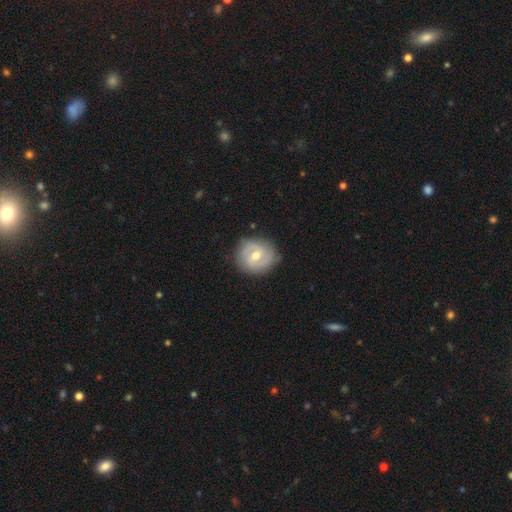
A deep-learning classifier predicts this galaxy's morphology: Smooth or featured? featured or disk (64%)
Edge-on disk? no (97%)
Bar? weak (53%)
Spiral arms? yes (81%)
Spiral winding? tight (48%)
Spiral arm count? 2 (71%)
Bulge size? moderate (71%)
Merging? none (81%)